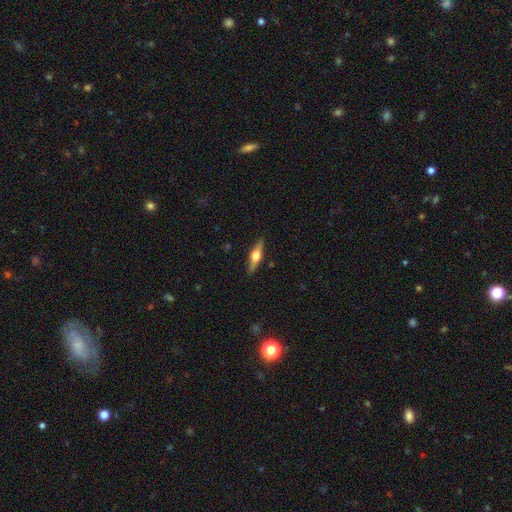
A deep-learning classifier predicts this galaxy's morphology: type=featured or disk (67%); edge-on=yes (96%); edge-on bulge=rounded (95%); merging=none (89%).